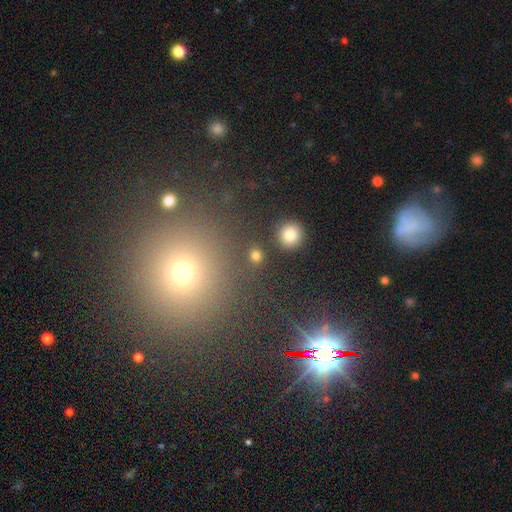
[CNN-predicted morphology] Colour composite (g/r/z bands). It shows a smooth galaxy with no disk features (80%) that is round (82%). Merging: none (87%).